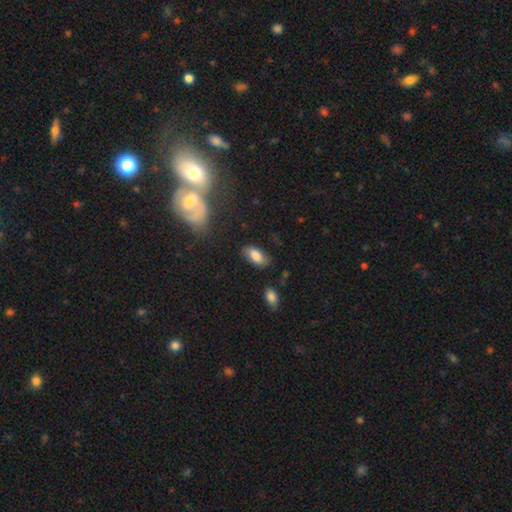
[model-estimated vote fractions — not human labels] This appears to be a smooth galaxy with no disk features (79%) that is in between round and cigar-shaped (91%). Merging: none (75%).